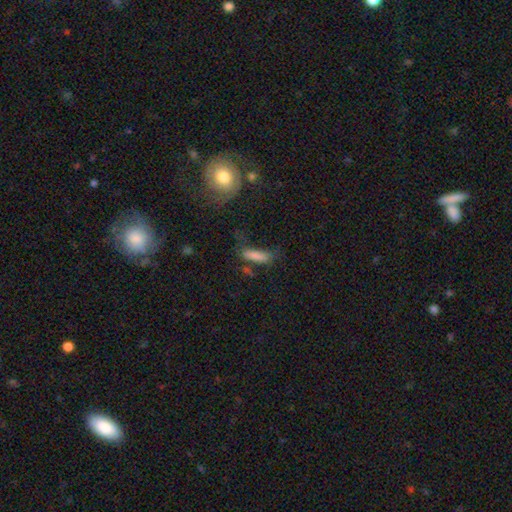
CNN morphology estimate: This is likely a smooth galaxy (76%). How rounded: likely cigar-shaped (60%). Merging: possibly none (49%).